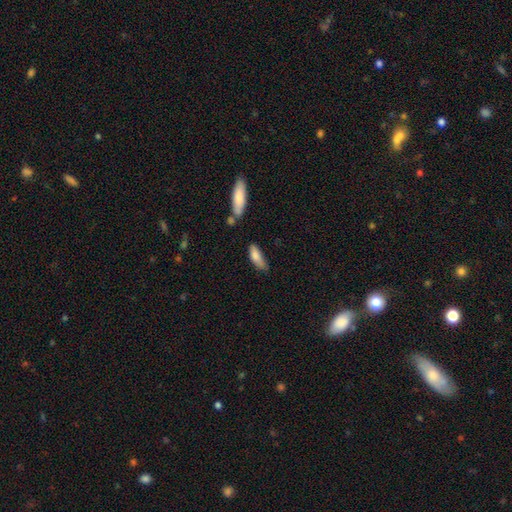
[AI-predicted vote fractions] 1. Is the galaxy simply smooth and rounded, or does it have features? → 81% smooth, 12% featured or disk, 7% star or artifact.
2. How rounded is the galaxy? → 56% in between, 42% cigar-shaped, 2% round.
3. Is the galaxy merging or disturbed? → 49% none, 34% minor disturbance, 9% major disturbance, 8% merger.